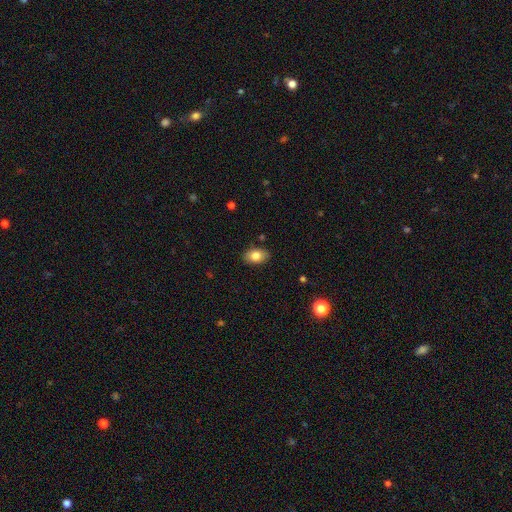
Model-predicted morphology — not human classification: type=smooth (82%); roundness=in between (88%); merging=none (87%).